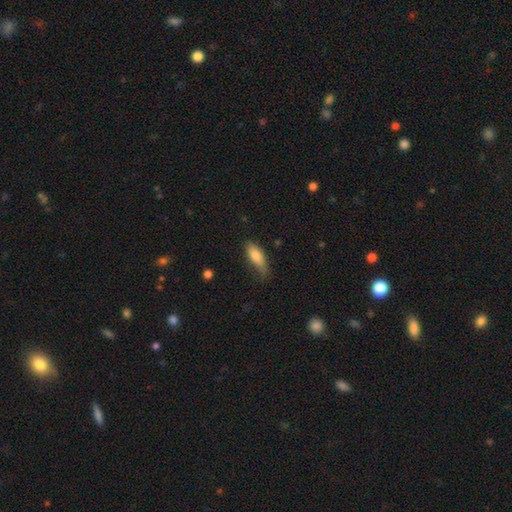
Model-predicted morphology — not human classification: This is likely a smooth galaxy (79%). How rounded: likely in between (64%). Merging: possibly none (59%).